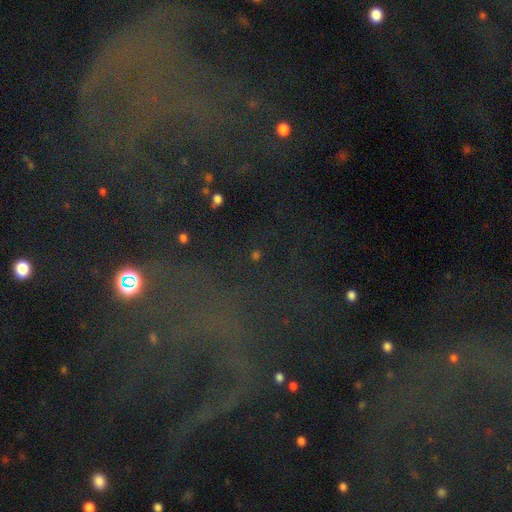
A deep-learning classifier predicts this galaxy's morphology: A star or artifact, not a galaxy (65%).

Vote fractions:
- Smooth or featured? star or artifact: 65% / smooth: 23% / featured or disk: 13%